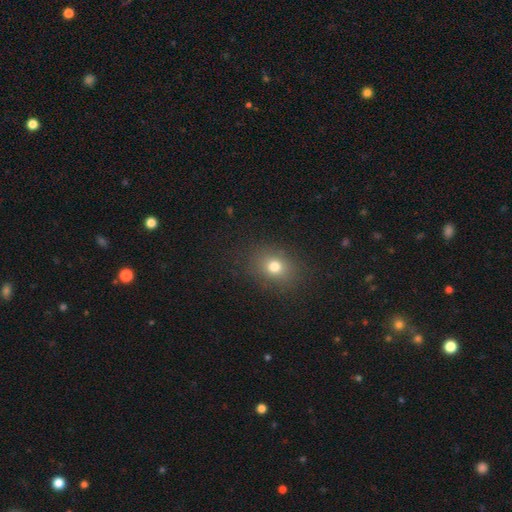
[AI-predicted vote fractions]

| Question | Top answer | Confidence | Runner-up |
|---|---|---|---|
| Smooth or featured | smooth | 68% | star or artifact (25%) |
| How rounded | round | 51% | in between (48%) |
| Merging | none | 90% | minor disturbance (7%) |